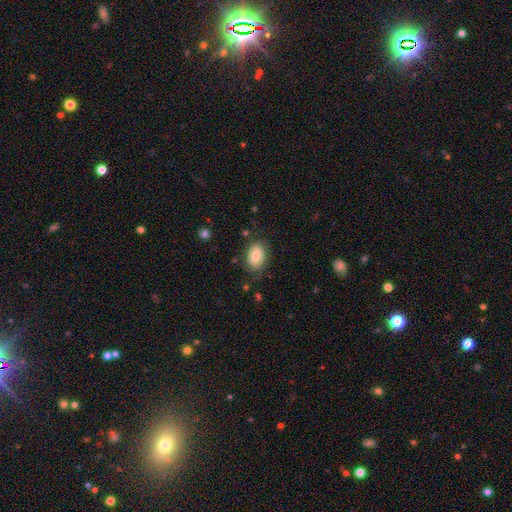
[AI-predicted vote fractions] Smooth or featured? smooth (57%)
How rounded? in between (80%)
Merging? none (69%)